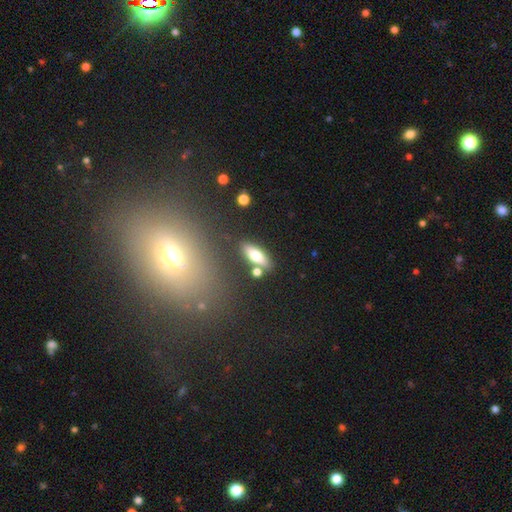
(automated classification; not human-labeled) smooth-or-featured: smooth: 68% | featured or disk: 25% | star or artifact: 8%
  how-rounded: in between: 64% | cigar-shaped: 33% | round: 3%
  merging: none: 75% | minor disturbance: 11% | merger: 10% | major disturbance: 4%